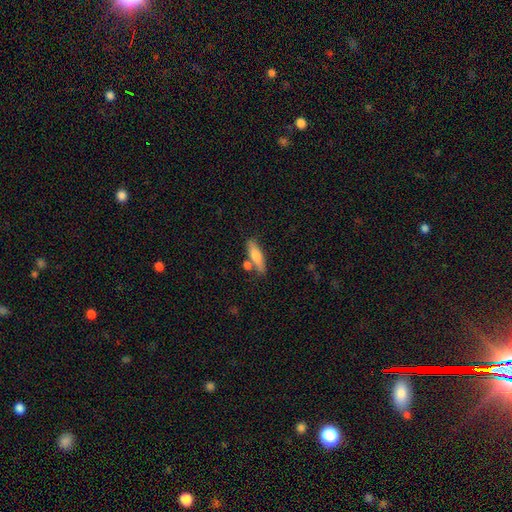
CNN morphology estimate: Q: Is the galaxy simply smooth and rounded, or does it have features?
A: smooth — 70%.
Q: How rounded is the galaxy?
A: cigar-shaped — 65%.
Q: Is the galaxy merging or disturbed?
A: none — 69%.